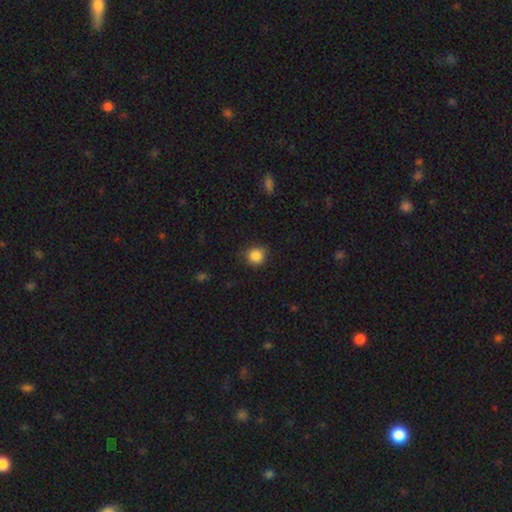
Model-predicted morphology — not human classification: smooth_or_featured: smooth (p=0.86) [alt: star or artifact p=0.10]
how_rounded: round (p=0.89) [alt: in between p=0.10]
merging: none (p=0.82) [alt: minor disturbance p=0.14]